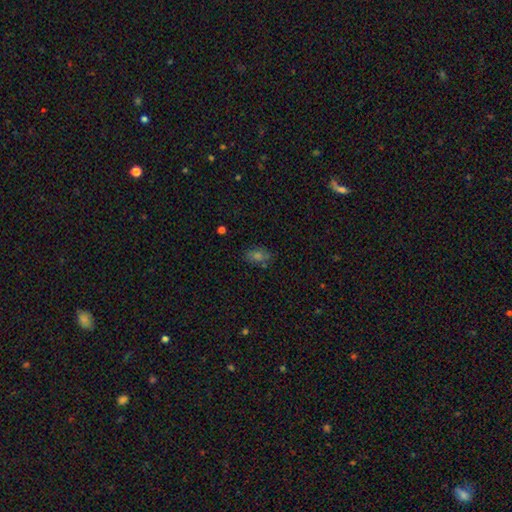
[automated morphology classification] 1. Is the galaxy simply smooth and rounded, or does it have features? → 53% smooth, 31% star or artifact, 16% featured or disk.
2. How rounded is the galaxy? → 71% in between, 27% round, 3% cigar-shaped.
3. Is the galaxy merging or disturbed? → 80% none, 13% minor disturbance, 4% major disturbance, 3% merger.